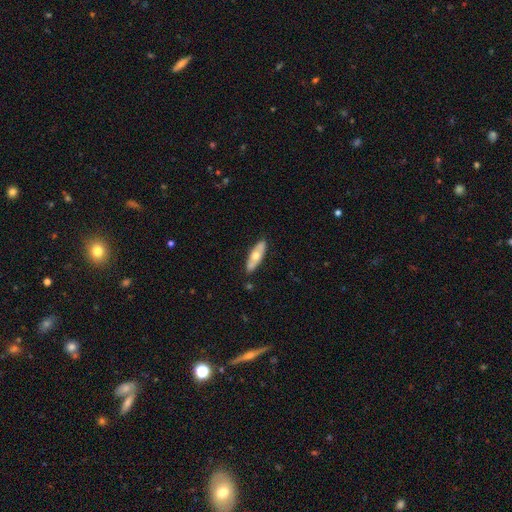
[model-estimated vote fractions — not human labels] A smooth galaxy with no disk features (55%) that is in between round and cigar-shaped (51%). Merging: none (86%).